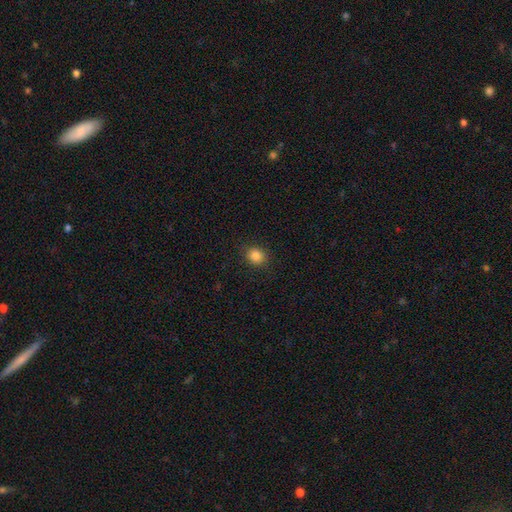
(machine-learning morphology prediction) smooth 86%, star or artifact 10%, featured or disk 4%. Down the decision tree: how rounded — round (70%); merging — none (89%).